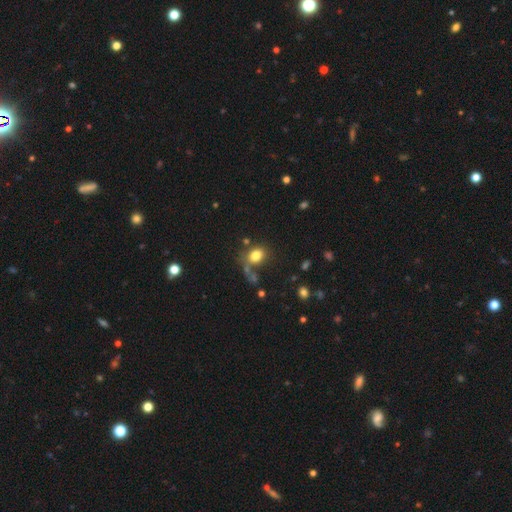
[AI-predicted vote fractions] The model was most divided on "how rounded": in between: 51%, round: 48%, cigar-shaped: 1%. More confident: smooth or featured — smooth (79%); merging — none (56%).